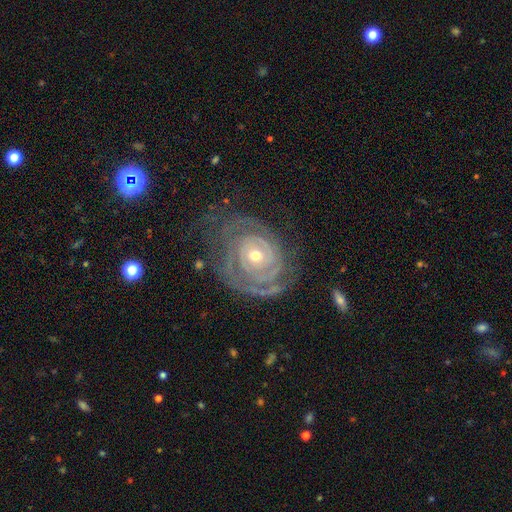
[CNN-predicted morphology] type=featured or disk (88%); edge-on=no (97%); bar=no (77%); spiral arms=yes (93%); winding=tight (83%); arm count=can't tell (32%); bulge=moderate (49%); merging=none (64%).